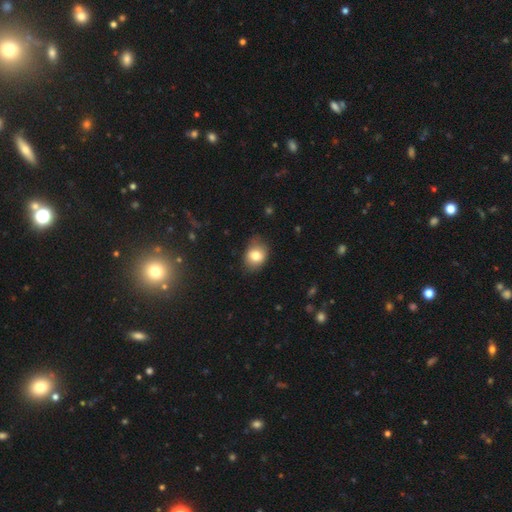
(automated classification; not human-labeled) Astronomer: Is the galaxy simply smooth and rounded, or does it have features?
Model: smooth — 79%.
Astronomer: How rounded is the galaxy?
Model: in between — 58% (runner-up: round, 41%).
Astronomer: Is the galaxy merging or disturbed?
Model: none — 70%.